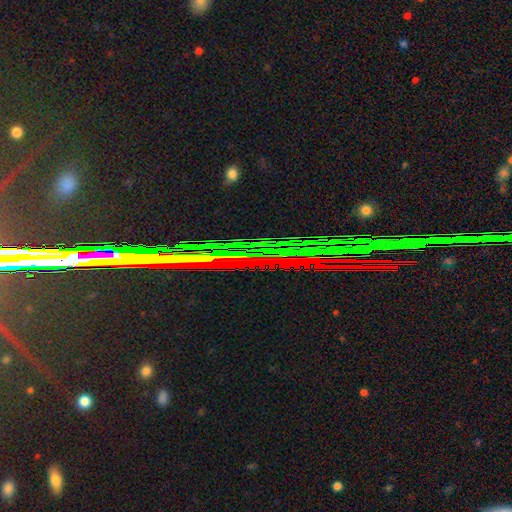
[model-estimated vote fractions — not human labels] This appears to be a star or artifact, not a galaxy (76%).